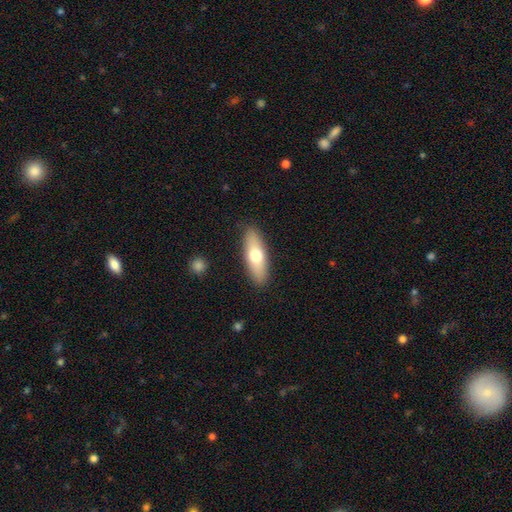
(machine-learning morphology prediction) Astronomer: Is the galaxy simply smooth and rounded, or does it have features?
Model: smooth — 66%.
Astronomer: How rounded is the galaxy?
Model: in between — 59% (runner-up: cigar-shaped, 39%).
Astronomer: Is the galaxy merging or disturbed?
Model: none — 88%.